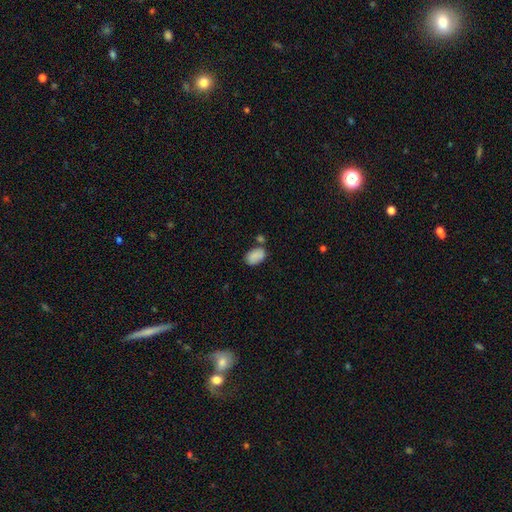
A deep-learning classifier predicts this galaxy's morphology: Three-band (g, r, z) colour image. It shows a smooth galaxy with no disk features (85%) that is in between round and cigar-shaped (91%). Merging: none (58%).